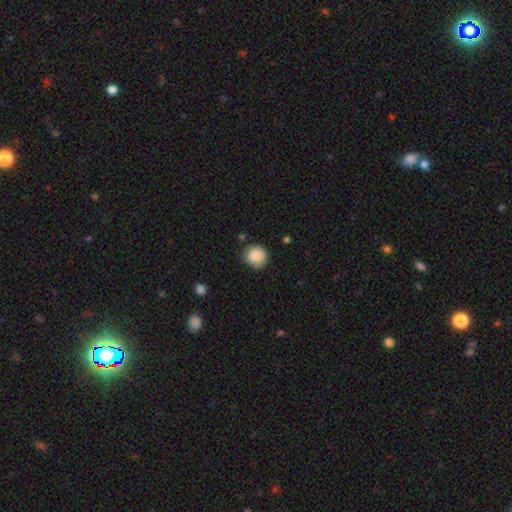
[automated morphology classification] Overall: smooth (88%). How rounded: round (90%). Merging: none (79%).